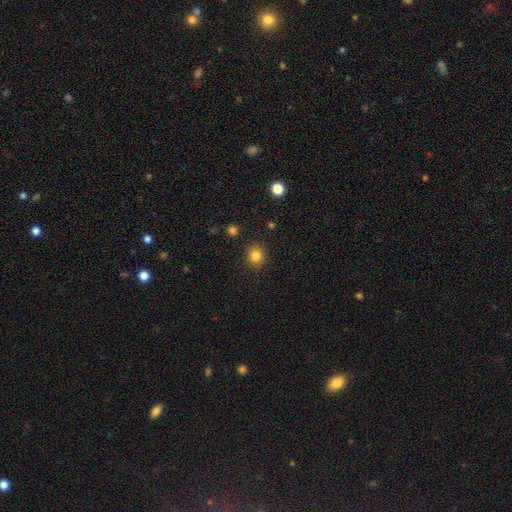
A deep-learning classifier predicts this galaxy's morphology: smooth 83%, star or artifact 12%, featured or disk 5%. Down the decision tree: how rounded — round (86%); merging — none (89%).